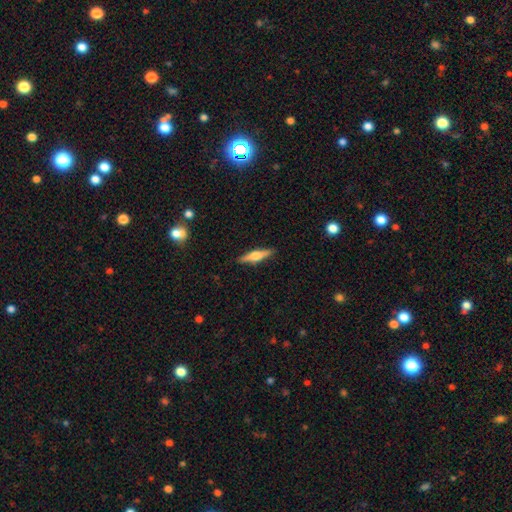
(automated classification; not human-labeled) A featured or disk galaxy (58%) viewed edge-on (97%) with a rounded central bulge (90%).

Vote fractions:
- Smooth or featured? featured or disk: 58% / smooth: 36% / star or artifact: 6%
- Edge-on disk? yes: 97% / no: 3%
- Edge-on bulge? rounded: 90% / boxy: 7% / none: 3%
- Merging? none: 89% / minor disturbance: 8% / major disturbance: 2% / merger: 1%